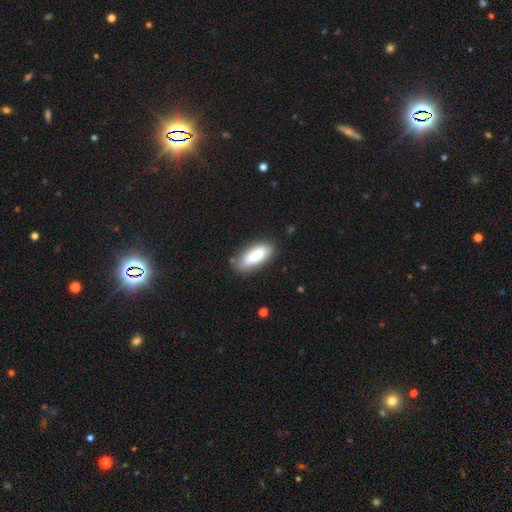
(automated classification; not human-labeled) A smooth galaxy with no disk features (83%) that is in between round and cigar-shaped (78%). Merging: none (79%).